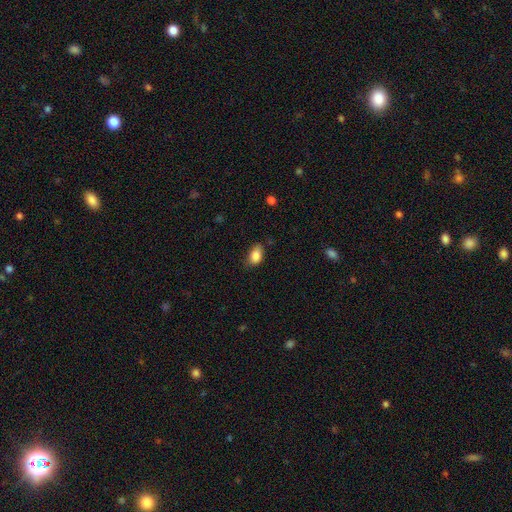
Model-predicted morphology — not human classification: Smooth or featured: smooth — 86% (star or artifact — 8%)
How rounded: in between — 88% (round — 9%)
Merging: none — 71% (minor disturbance — 23%)